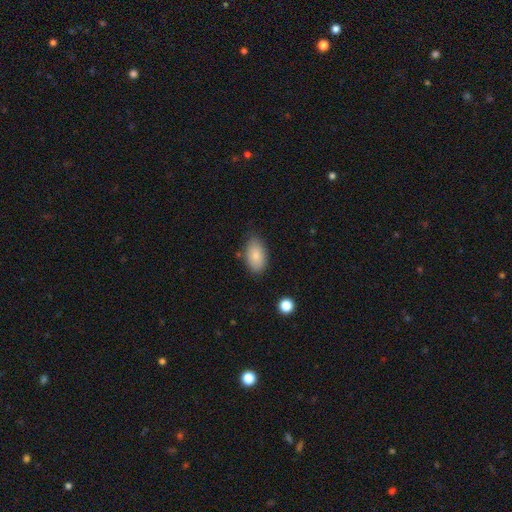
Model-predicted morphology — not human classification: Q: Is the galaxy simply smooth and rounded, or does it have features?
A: smooth — 83%.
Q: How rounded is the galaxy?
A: in between — 92%.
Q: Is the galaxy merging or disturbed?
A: none — 76%.